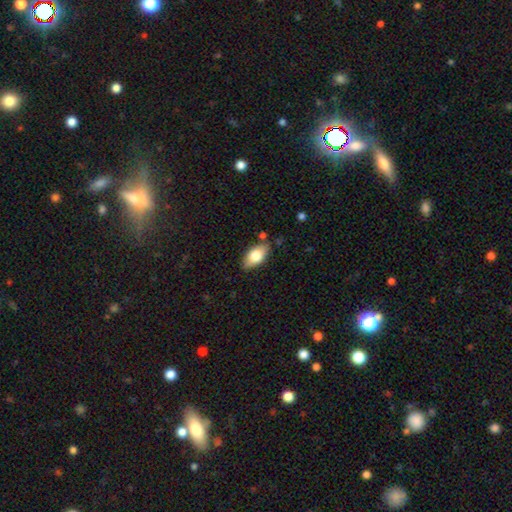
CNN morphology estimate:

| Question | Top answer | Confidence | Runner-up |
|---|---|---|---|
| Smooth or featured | smooth | 76% | featured or disk (18%) |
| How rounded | in between | 91% | cigar-shaped (5%) |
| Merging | none | 81% | minor disturbance (13%) |